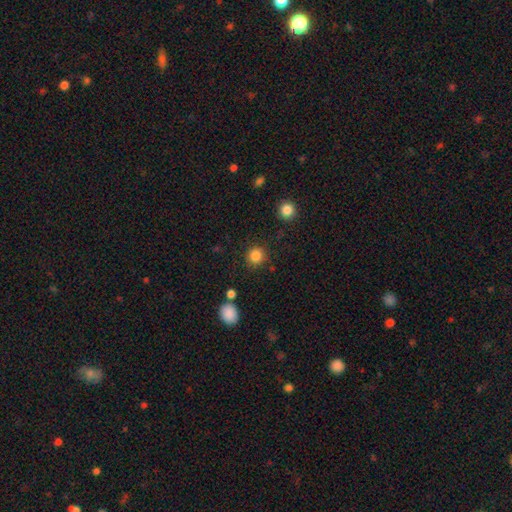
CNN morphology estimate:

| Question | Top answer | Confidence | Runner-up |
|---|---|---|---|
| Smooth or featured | smooth | 85% | star or artifact (11%) |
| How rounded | round | 91% | in between (8%) |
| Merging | none | 87% | minor disturbance (7%) |